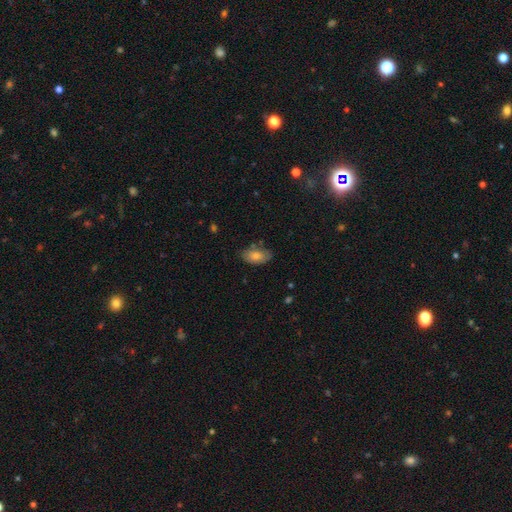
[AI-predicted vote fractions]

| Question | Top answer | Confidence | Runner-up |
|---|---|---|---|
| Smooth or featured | smooth | 70% | featured or disk (20%) |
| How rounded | in between | 91% | round (5%) |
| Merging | none | 75% | minor disturbance (18%) |